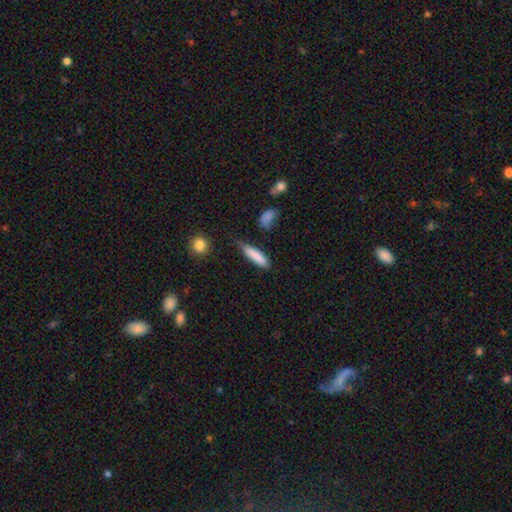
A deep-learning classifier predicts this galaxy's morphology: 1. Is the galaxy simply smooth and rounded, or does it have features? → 84% smooth, 9% featured or disk, 7% star or artifact.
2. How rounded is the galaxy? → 75% cigar-shaped, 23% in between, 2% round.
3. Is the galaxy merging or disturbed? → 65% none, 25% minor disturbance, 6% major disturbance, 4% merger.